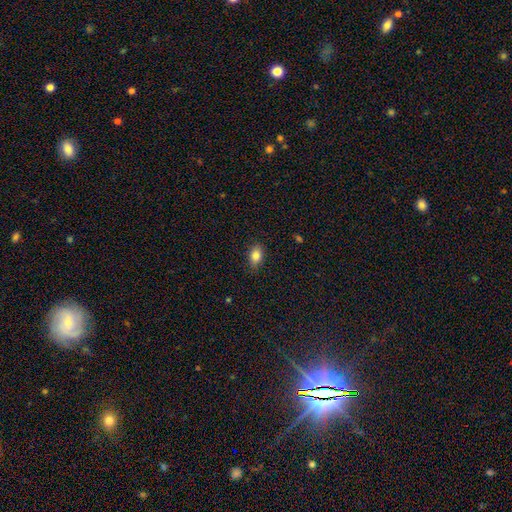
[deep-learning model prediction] A smooth galaxy with no disk features (83%) that is in between round and cigar-shaped (83%).

Vote fractions:
- Smooth or featured? smooth: 83% / star or artifact: 9% / featured or disk: 8%
- How rounded? in between: 83% / round: 14% / cigar-shaped: 2%
- Merging? none: 85% / minor disturbance: 11% / major disturbance: 2% / merger: 1%